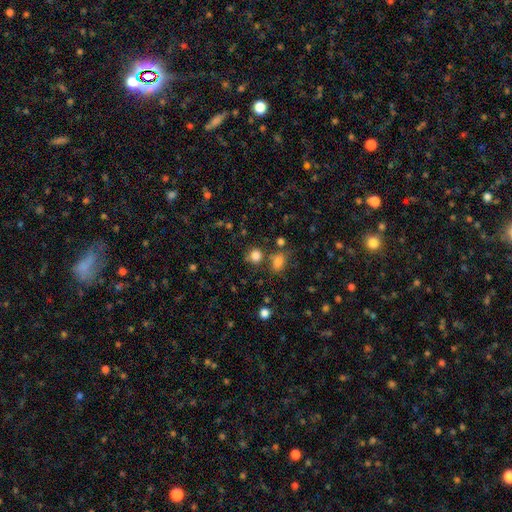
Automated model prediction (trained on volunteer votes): Q: Smooth or featured?
A: smooth (80%); runner-up: star or artifact (14%)
Q: How rounded?
A: round (78%); runner-up: in between (21%)
Q: Merging?
A: none (67%); runner-up: merger (16%)